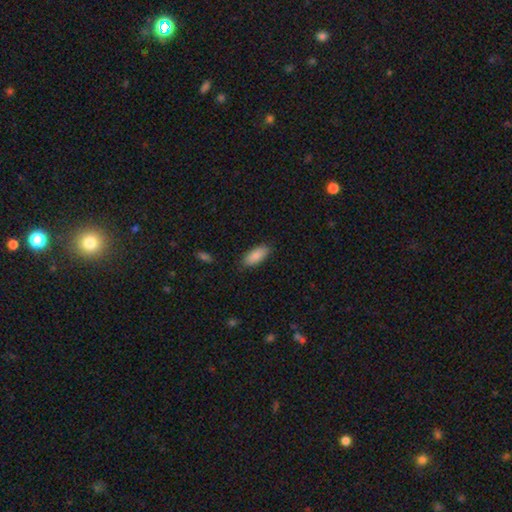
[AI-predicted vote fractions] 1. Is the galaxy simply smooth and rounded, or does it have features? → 87% smooth, 7% featured or disk, 6% star or artifact.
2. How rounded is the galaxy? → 85% in between, 13% cigar-shaped, 2% round.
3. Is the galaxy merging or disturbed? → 84% none, 12% minor disturbance, 2% major disturbance, 1% merger.